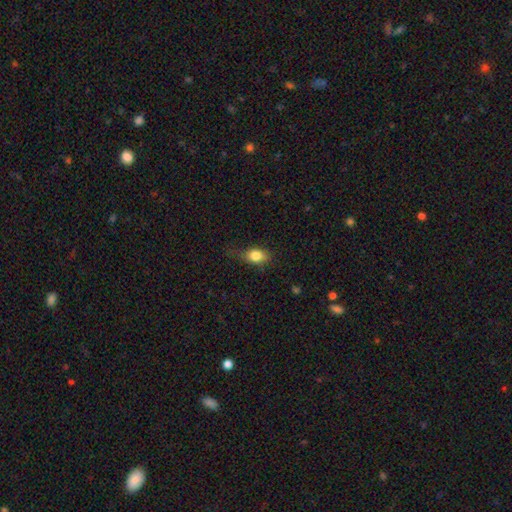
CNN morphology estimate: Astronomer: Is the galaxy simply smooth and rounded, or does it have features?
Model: smooth — 82%.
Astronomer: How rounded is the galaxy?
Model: in between — 75%.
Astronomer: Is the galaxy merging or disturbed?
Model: none — 60%.